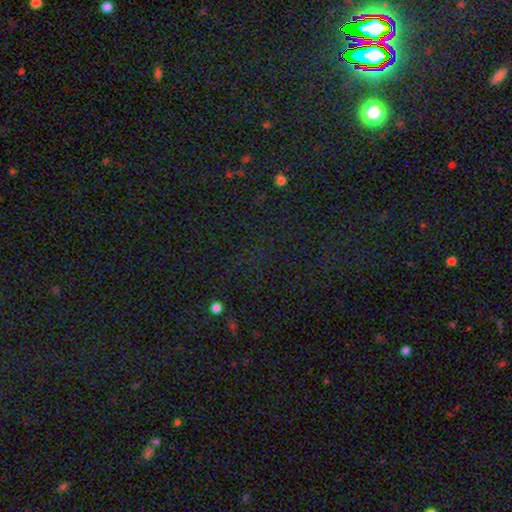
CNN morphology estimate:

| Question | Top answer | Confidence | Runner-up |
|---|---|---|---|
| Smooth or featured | star or artifact | 76% | smooth (15%) |